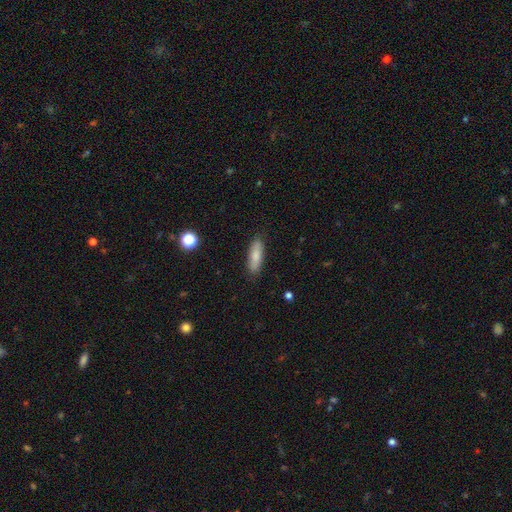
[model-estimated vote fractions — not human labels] Q: Smooth or featured?
A: smooth (79%); runner-up: featured or disk (14%)
Q: How rounded?
A: in between (53%); runner-up: cigar-shaped (45%)
Q: Merging?
A: none (84%); runner-up: minor disturbance (12%)